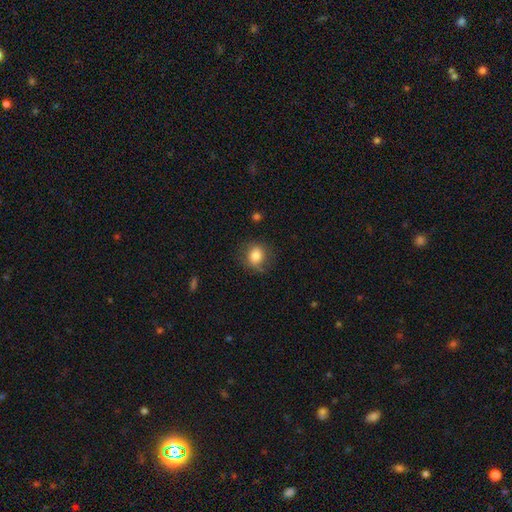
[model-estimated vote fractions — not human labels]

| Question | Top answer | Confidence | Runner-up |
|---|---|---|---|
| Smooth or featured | smooth | 81% | featured or disk (10%) |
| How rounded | round | 67% | in between (32%) |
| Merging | none | 73% | minor disturbance (19%) |